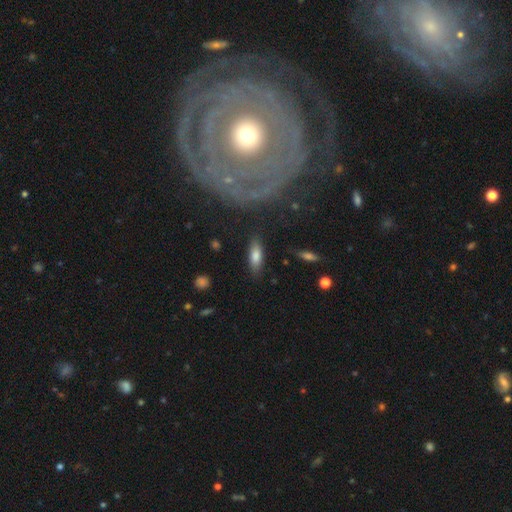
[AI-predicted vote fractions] Smooth or featured?
  - smooth: 75% *
  - featured or disk: 17%
  - star or artifact: 7%
How rounded?
  - in between: 66% *
  - cigar-shaped: 32%
  - round: 3%
Merging?
  - none: 82% *
  - minor disturbance: 12%
  - major disturbance: 3%
  - merger: 2%